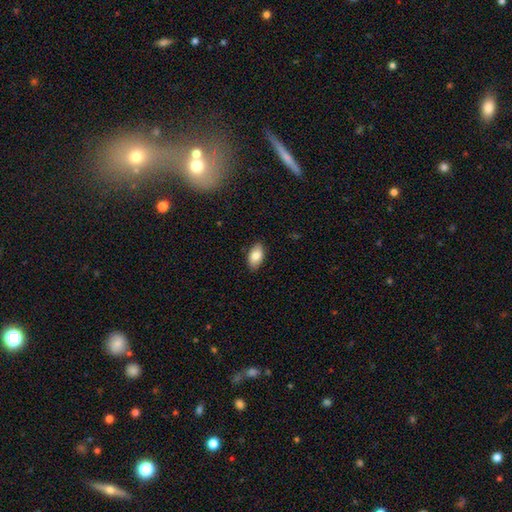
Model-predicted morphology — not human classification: type=smooth (84%); roundness=in between (93%); merging=none (87%).